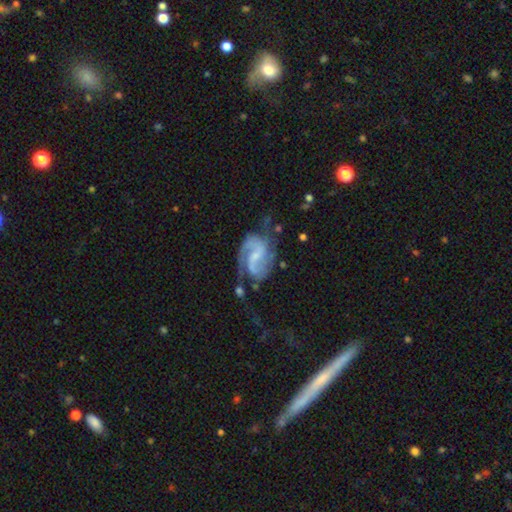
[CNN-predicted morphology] Smooth or featured? featured or disk (88%)
Edge-on disk? no (98%)
Bar? weak (53%)
Spiral arms? yes (97%)
Spiral winding? medium (54%)
Spiral arm count? 2 (86%)
Bulge size? small (57%)
Merging? none (58%)